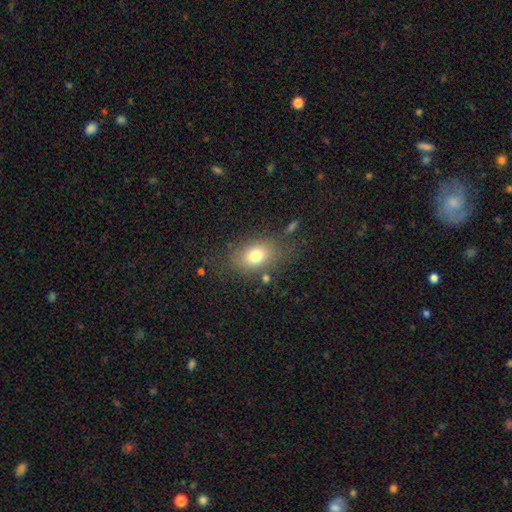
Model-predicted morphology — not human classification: Overall: smooth (76%). How rounded: in between (73%). Merging: none (72%).